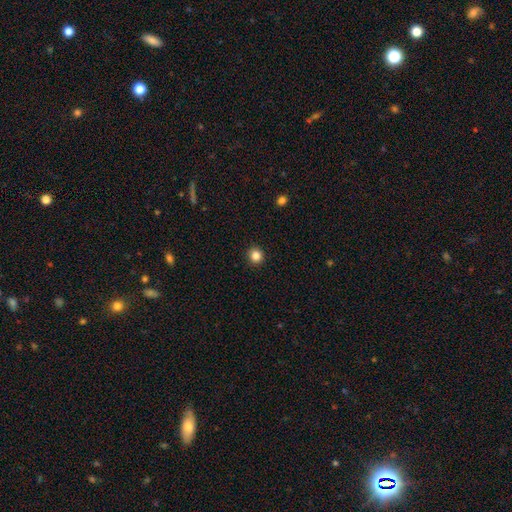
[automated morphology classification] Smooth or featured: smooth — 84% (star or artifact — 12%)
How rounded: round — 93% (in between — 6%)
Merging: none — 93% (minor disturbance — 5%)